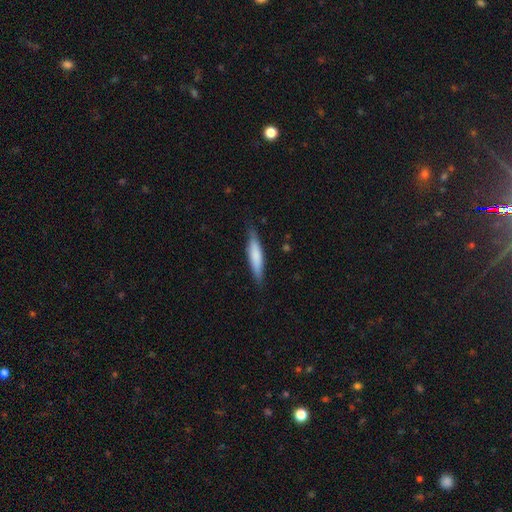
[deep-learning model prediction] smooth-or-featured: smooth: 69% | featured or disk: 25% | star or artifact: 5%
  how-rounded: cigar-shaped: 86% | in between: 13% | round: 1%
  merging: none: 85% | minor disturbance: 12% | major disturbance: 2% | merger: 1%